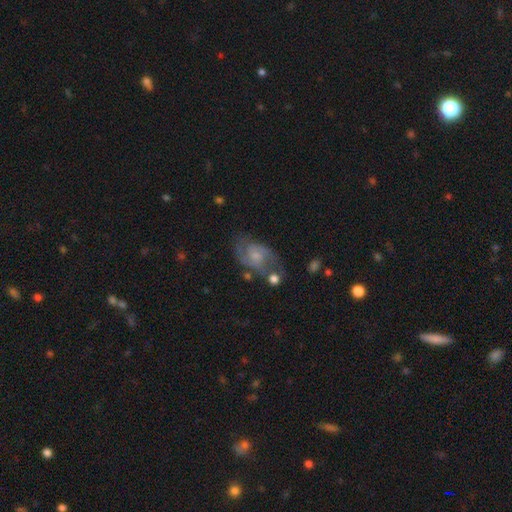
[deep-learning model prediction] Smooth or featured? Predicted: featured or disk (p=0.71). Edge-on disk? Predicted: no (p=0.97). Bar? Predicted: no (p=0.62). Spiral arms? Predicted: yes (p=0.88). Spiral winding? Predicted: medium (p=0.50). Spiral arm count? Predicted: 2 (p=0.77). Bulge size? Predicted: small (p=0.56). Merging? Predicted: none (p=0.54).